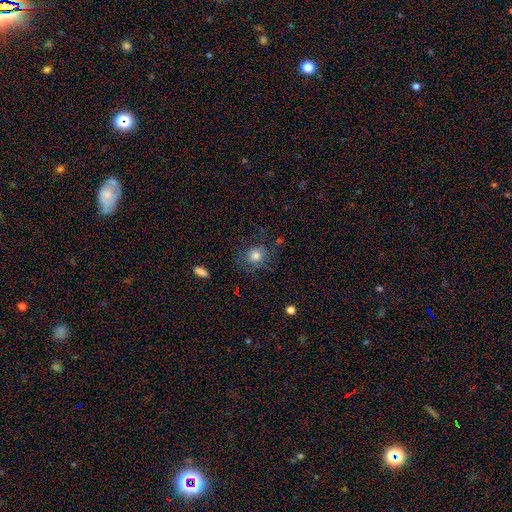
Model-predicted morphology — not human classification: Q: Smooth or featured?
A: smooth (75%); runner-up: featured or disk (13%)
Q: How rounded?
A: round (82%); runner-up: in between (17%)
Q: Merging?
A: none (69%); runner-up: minor disturbance (18%)